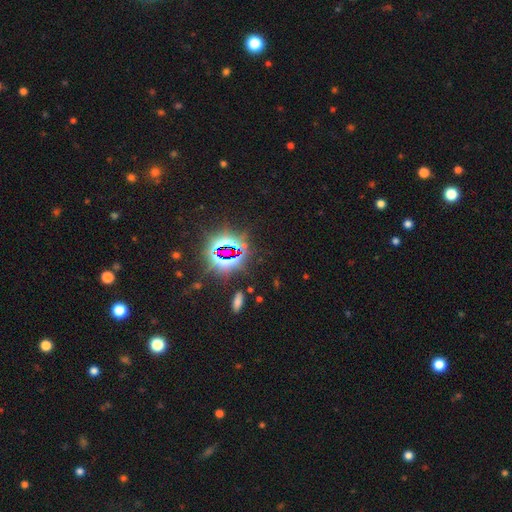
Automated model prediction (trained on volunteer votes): star or artifact 80%, smooth 11%, featured or disk 8%.